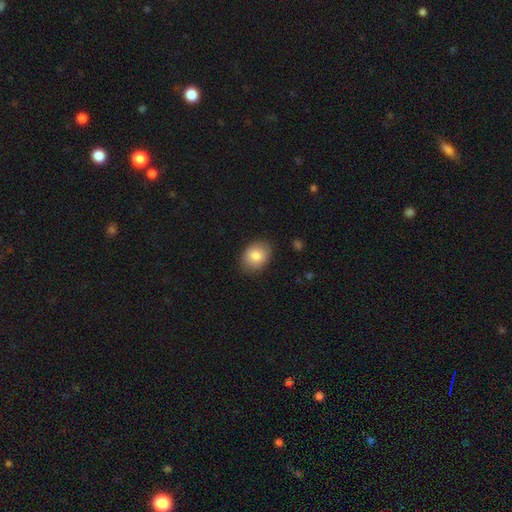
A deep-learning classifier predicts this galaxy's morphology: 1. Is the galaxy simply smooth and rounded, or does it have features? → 83% smooth, 9% featured or disk, 8% star or artifact.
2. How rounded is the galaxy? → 62% in between, 38% round, 1% cigar-shaped.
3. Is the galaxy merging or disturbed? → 85% none, 12% minor disturbance, 3% major disturbance, 1% merger.